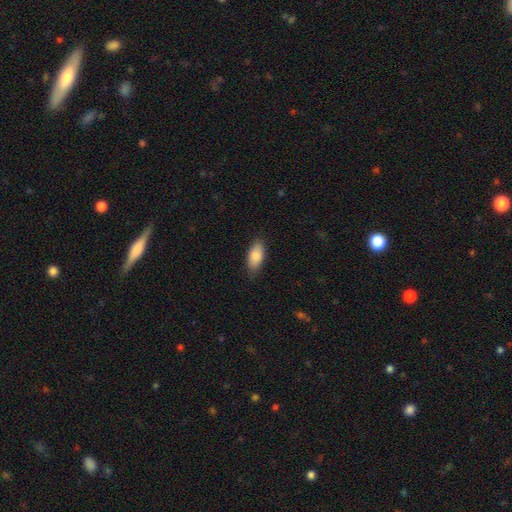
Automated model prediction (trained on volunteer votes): A smooth galaxy with no disk features (87%) that is in between round and cigar-shaped (89%). Merging: none (83%).